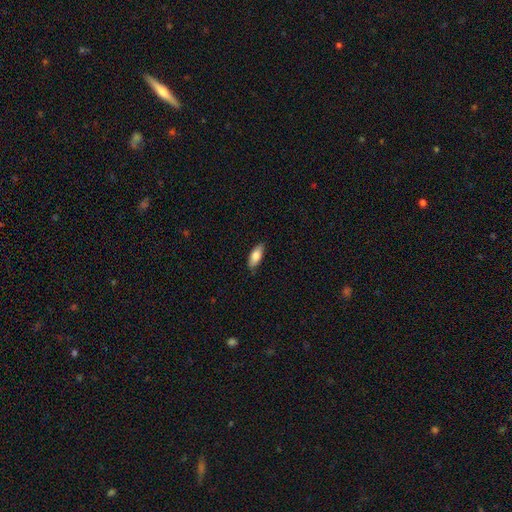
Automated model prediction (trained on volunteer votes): The model was most divided on "how rounded": in between: 75%, cigar-shaped: 23%, round: 2%. More confident: merging — none (84%); smooth or featured — smooth (78%).